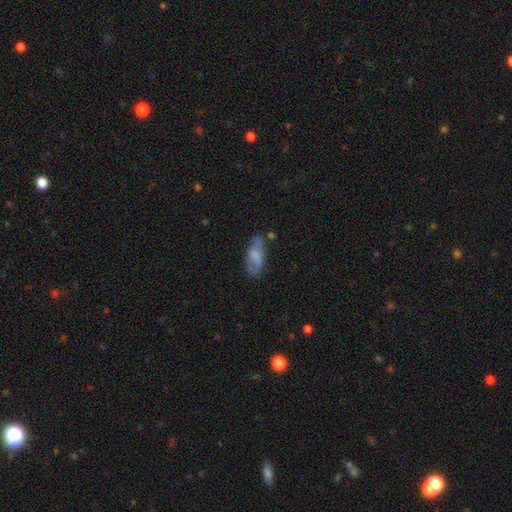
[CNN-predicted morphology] smooth-or-featured: smooth: 52% | featured or disk: 40% | star or artifact: 8%
  how-rounded: in between: 83% | cigar-shaped: 14% | round: 3%
  merging: none: 55% | minor disturbance: 27% | major disturbance: 13% | merger: 5%